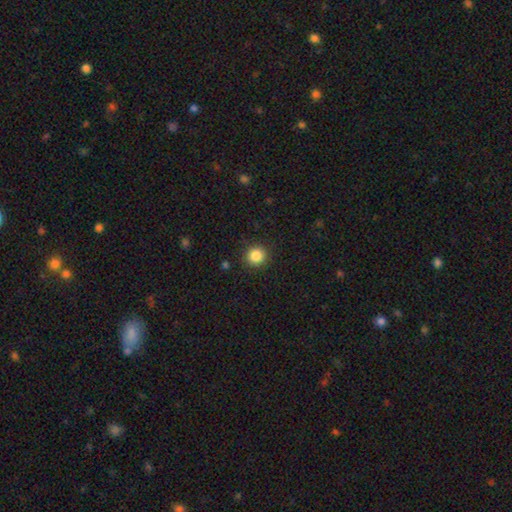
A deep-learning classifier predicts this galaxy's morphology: This is clearly a smooth galaxy (86%). How rounded: clearly round (94%). Merging: clearly none (91%).